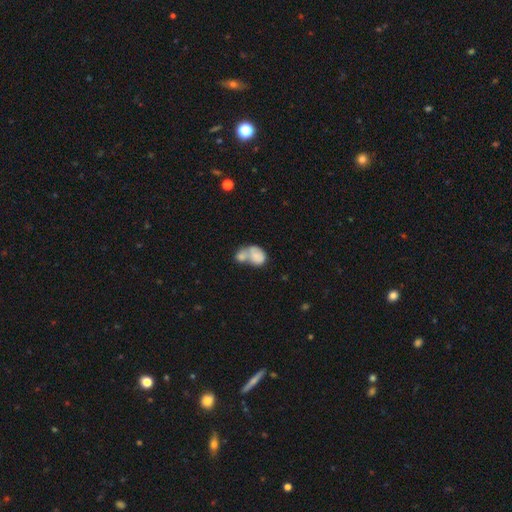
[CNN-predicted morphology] Smooth or featured? Predicted: smooth (p=0.71). How rounded? Predicted: in between (p=0.64). Merging? Predicted: merger (p=0.70).